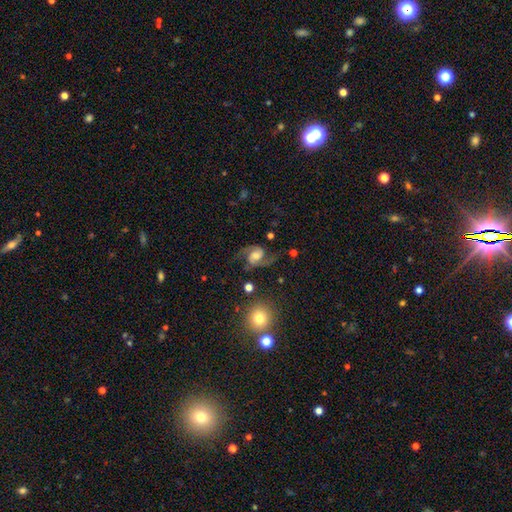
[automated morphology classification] Overall: featured or disk (88%). Edge-on disk: no (98%). Bar: no (45%; weak 42%). Spiral arms: yes (98%). Spiral arm count: 2 (94%). Spiral winding: medium (50%; loose 40%). Bulge size: moderate (43%; large 23%). Merging: none (75%).